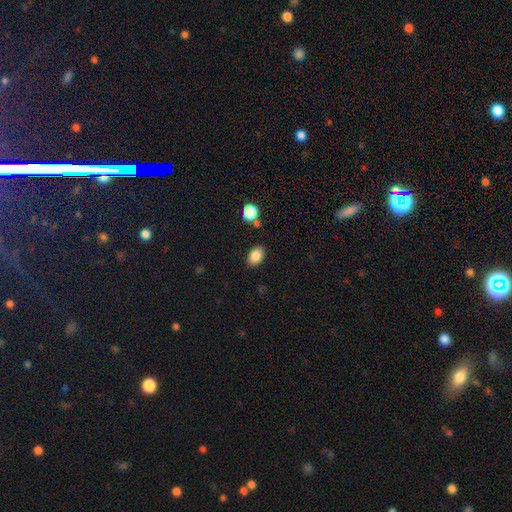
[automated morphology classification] A smooth galaxy with no disk features (86%) that is in between round and cigar-shaped (84%).

Vote fractions:
- Smooth or featured? smooth: 86% / star or artifact: 9% / featured or disk: 5%
- How rounded? in between: 84% / round: 15% / cigar-shaped: 1%
- Merging? none: 85% / minor disturbance: 9% / merger: 3% / major disturbance: 3%